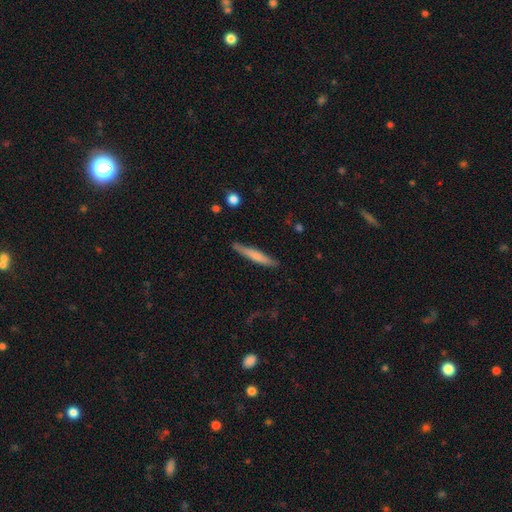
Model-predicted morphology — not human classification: smooth-or-featured: smooth: 63% | featured or disk: 32% | star or artifact: 6%
  how-rounded: cigar-shaped: 94% | in between: 4% | round: 1%
  merging: none: 86% | minor disturbance: 11% | major disturbance: 2% | merger: 2%